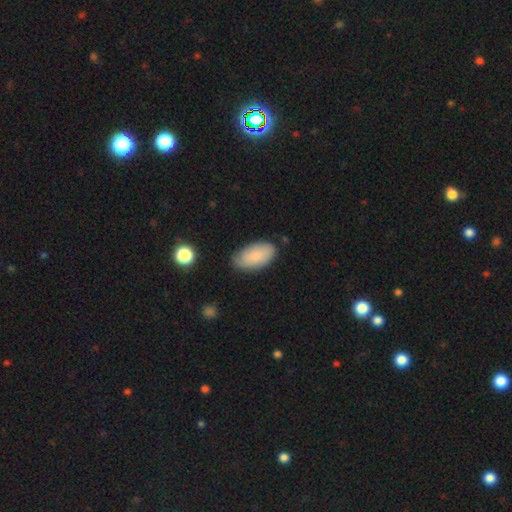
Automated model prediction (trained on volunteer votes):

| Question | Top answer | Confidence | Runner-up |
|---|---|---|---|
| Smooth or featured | smooth | 84% | featured or disk (10%) |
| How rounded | in between | 95% | cigar-shaped (3%) |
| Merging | none | 74% | minor disturbance (20%) |